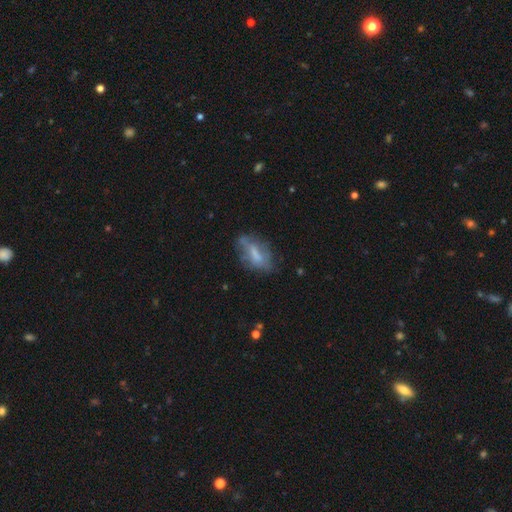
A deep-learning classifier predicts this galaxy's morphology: Smooth or featured: smooth — 46% (featured or disk — 43%)
Merging: none — 58% (minor disturbance — 26%)